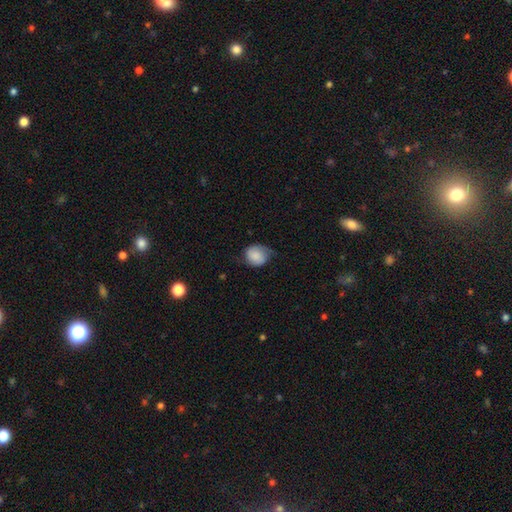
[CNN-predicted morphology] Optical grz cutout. It shows a smooth galaxy with no disk features (71%) that is round (70%). Merging: none (54%).